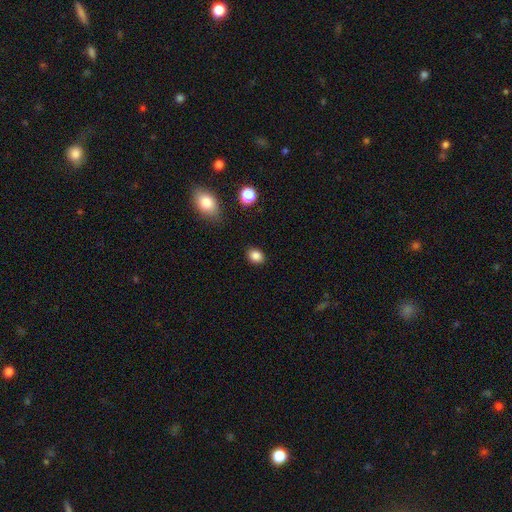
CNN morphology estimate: Smooth or featured? Predicted: smooth (p=0.85). How rounded? Predicted: in between (p=0.54). Merging? Predicted: none (p=0.87).